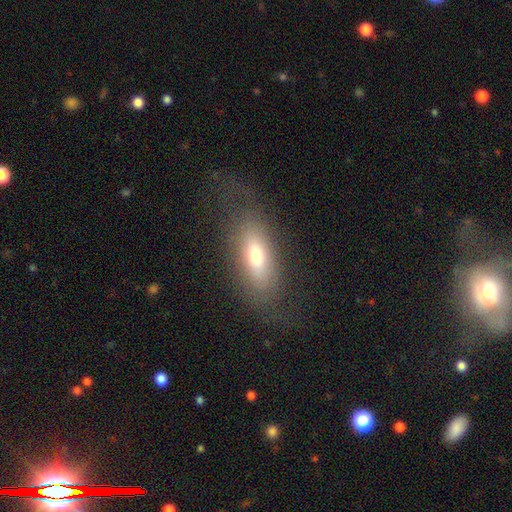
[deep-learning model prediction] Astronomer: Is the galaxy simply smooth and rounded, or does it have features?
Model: smooth — 62%.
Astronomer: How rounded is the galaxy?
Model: in between — 76%.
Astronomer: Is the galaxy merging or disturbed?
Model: none — 68%.